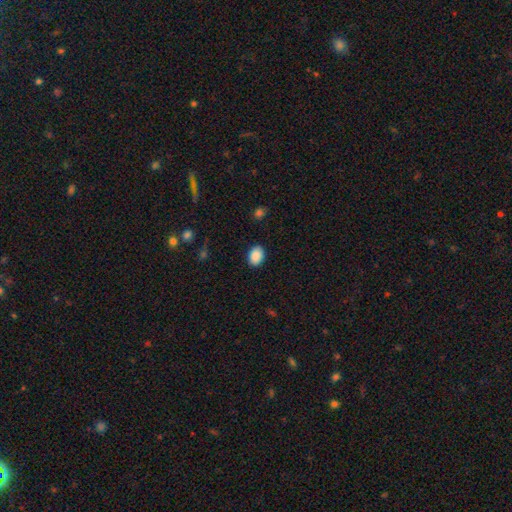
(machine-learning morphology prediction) smooth-or-featured: smooth: 89% | star or artifact: 8% | featured or disk: 3%
  how-rounded: in between: 74% | round: 25% | cigar-shaped: 1%
  merging: none: 88% | minor disturbance: 8% | major disturbance: 2% | merger: 1%